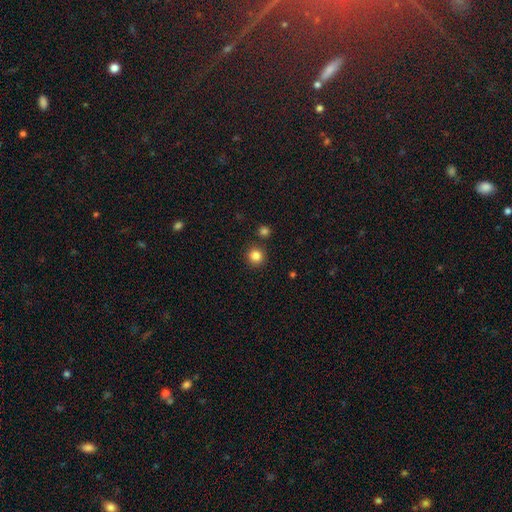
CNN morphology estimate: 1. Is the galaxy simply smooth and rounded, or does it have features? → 84% smooth, 12% star or artifact, 4% featured or disk.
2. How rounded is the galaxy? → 94% round, 5% in between, 1% cigar-shaped.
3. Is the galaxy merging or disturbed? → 88% none, 6% minor disturbance, 4% merger, 2% major disturbance.